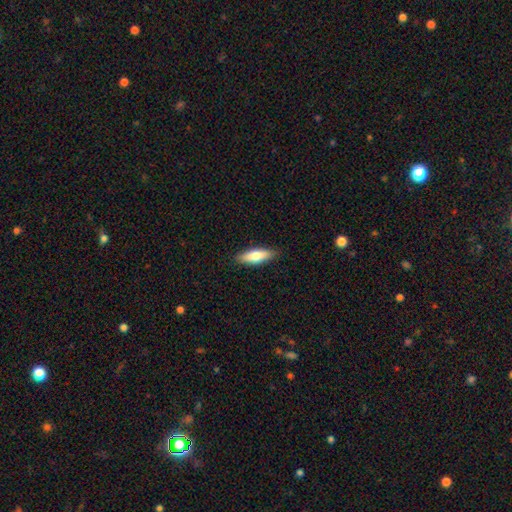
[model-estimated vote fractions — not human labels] This is likely a smooth galaxy (70%). How rounded: possibly in between (55%). Merging: clearly none (88%).